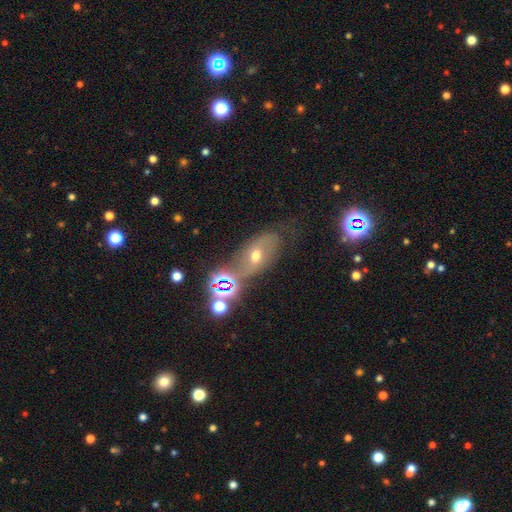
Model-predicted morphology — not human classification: Smooth or featured: smooth — 41% (featured or disk — 36%)
Merging: none — 51% (minor disturbance — 20%)